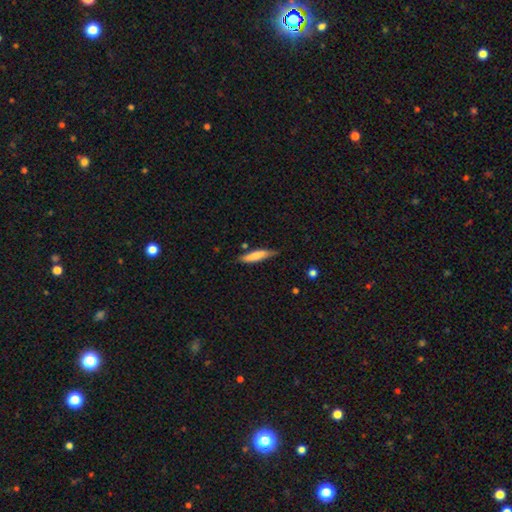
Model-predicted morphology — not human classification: This is likely a smooth galaxy (72%). How rounded: clearly cigar-shaped (81%). Merging: likely none (71%).